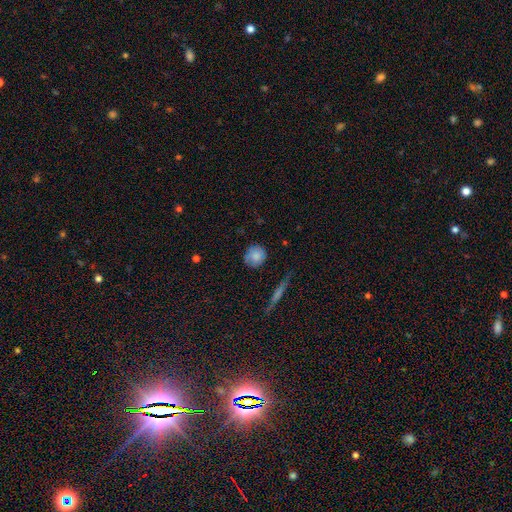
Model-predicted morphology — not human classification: This appears to be a smooth galaxy with no disk features (78%) that is round (88%). Merging: none (75%).